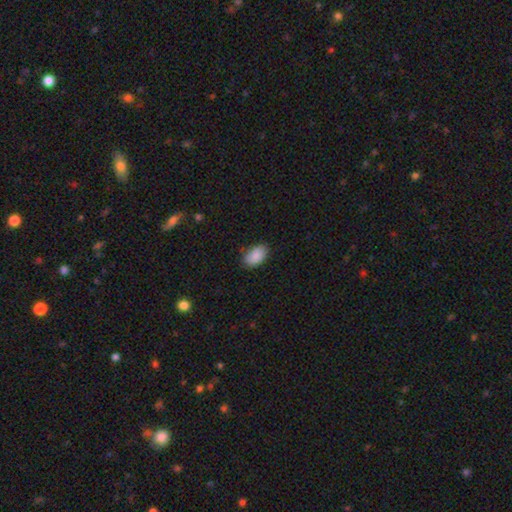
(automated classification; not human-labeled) smooth 88%, star or artifact 7%, featured or disk 5%. Down the decision tree: how rounded — in between (92%); merging — none (82%).